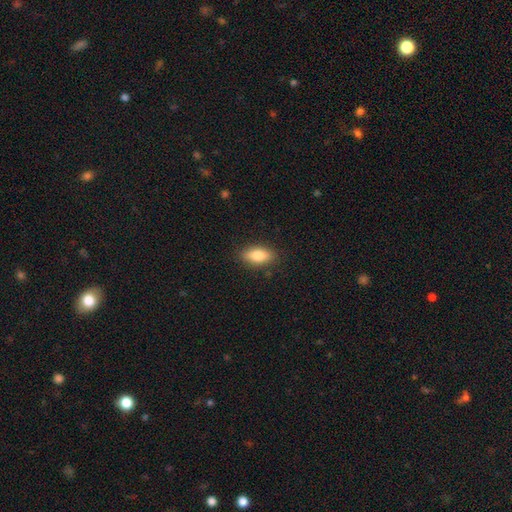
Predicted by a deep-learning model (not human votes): Overall: smooth (82%). How rounded: in between (83%). Merging: none (87%).